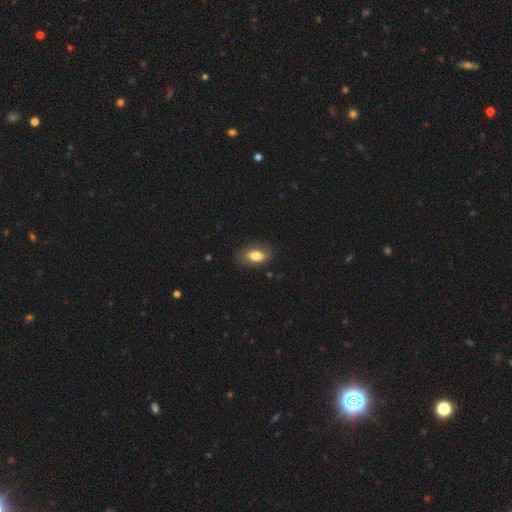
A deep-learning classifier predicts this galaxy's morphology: This is likely a smooth galaxy (79%). How rounded: clearly in between (88%). Merging: clearly none (82%).